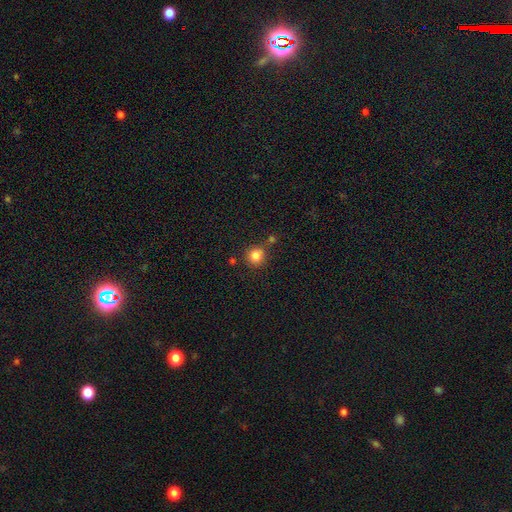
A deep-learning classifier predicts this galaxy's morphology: smooth-or-featured: smooth: 83% | star or artifact: 12% | featured or disk: 6%
  how-rounded: round: 90% | in between: 9% | cigar-shaped: 1%
  merging: none: 74% | minor disturbance: 12% | merger: 11% | major disturbance: 3%